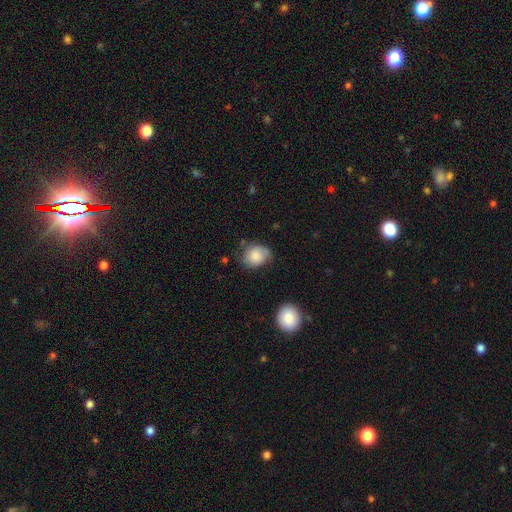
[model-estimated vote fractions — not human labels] Overall: smooth (78%). How rounded: round (55%; in between 44%). Merging: none (59%; minor disturbance 30%).